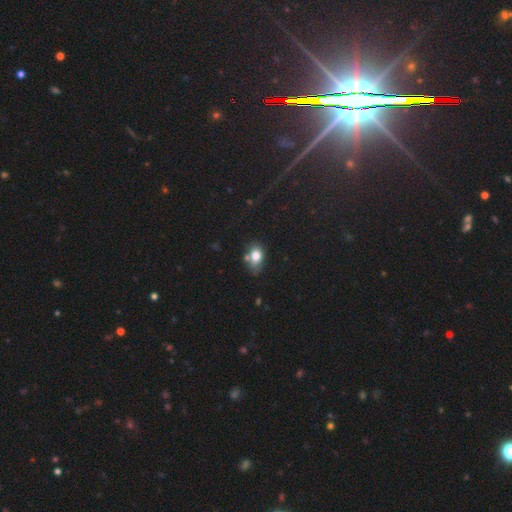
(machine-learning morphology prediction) smooth_or_featured: smooth (p=0.77) [alt: featured or disk p=0.13]
how_rounded: in between (p=0.77) [alt: round p=0.21]
merging: none (p=0.55) [alt: minor disturbance p=0.22]